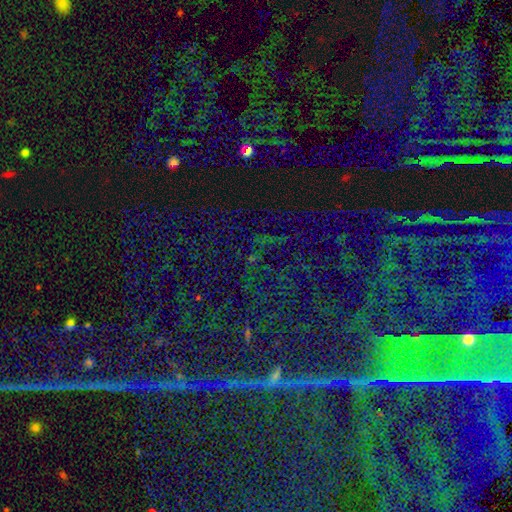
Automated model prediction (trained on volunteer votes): smooth_or_featured: star or artifact (p=0.83) [alt: featured or disk p=0.09]